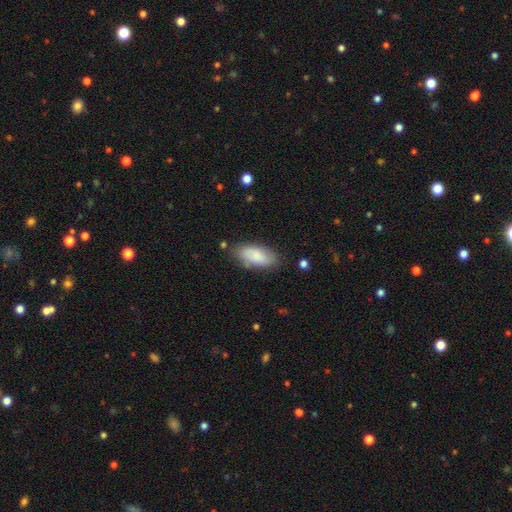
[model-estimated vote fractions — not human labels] The model was most divided on "merging": none: 77%, minor disturbance: 17%, major disturbance: 4%, merger: 3%. More confident: how rounded — in between (89%); smooth or featured — smooth (80%).